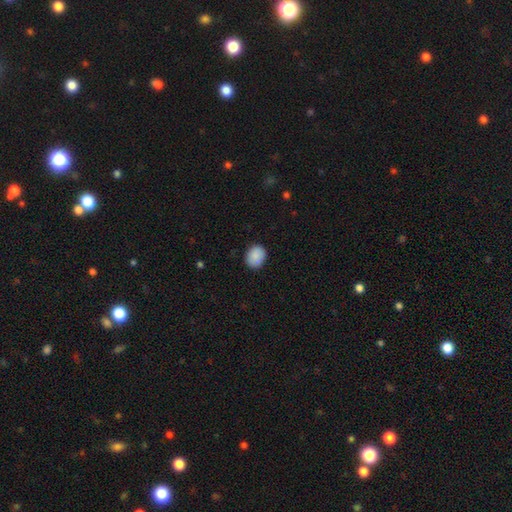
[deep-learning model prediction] Q: Smooth or featured?
A: smooth (87%); runner-up: star or artifact (7%)
Q: How rounded?
A: round (54%); runner-up: in between (45%)
Q: Merging?
A: none (83%); runner-up: minor disturbance (13%)